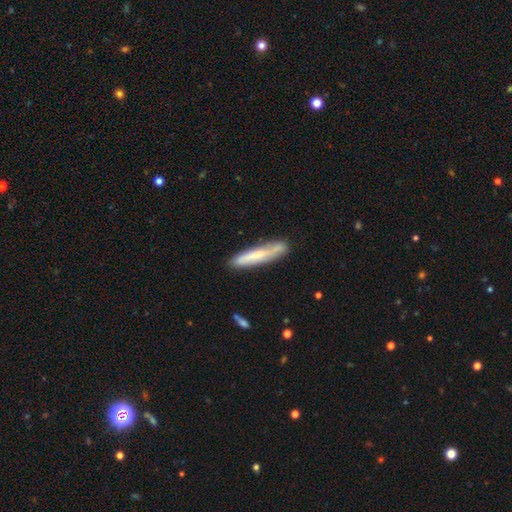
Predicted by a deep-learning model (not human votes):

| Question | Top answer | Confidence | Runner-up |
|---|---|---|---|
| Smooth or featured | smooth | 55% | featured or disk (38%) |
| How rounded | cigar-shaped | 91% | in between (8%) |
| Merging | none | 77% | minor disturbance (17%) |